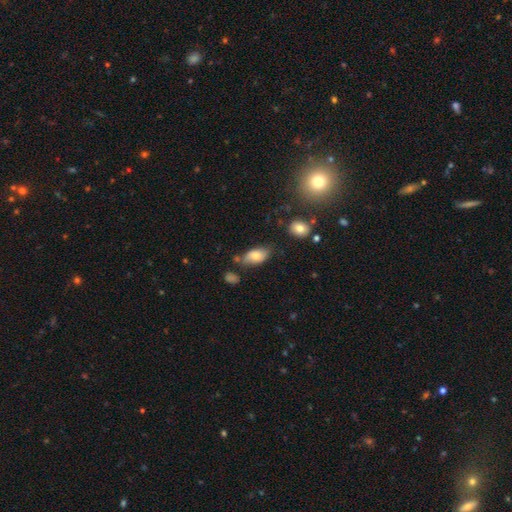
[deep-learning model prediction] Q: Smooth or featured?
A: smooth (77%); runner-up: featured or disk (15%)
Q: How rounded?
A: in between (92%); runner-up: round (4%)
Q: Merging?
A: none (64%); runner-up: minor disturbance (23%)